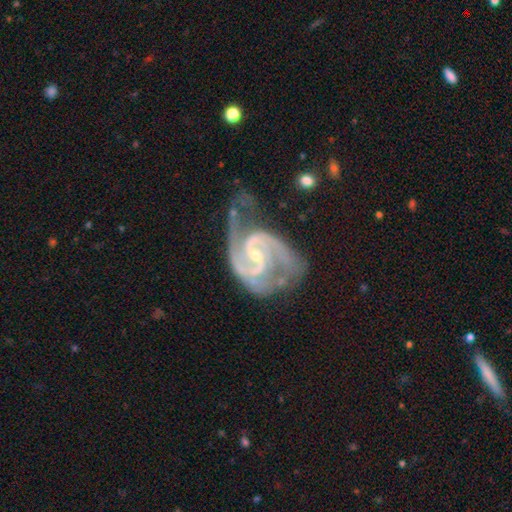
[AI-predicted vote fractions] This appears to be a featured or disk galaxy (93%) with a weak bar (45%), 2 (85%) medium (58%) spiral arms (98%) and a small central bulge (68%). Merging: none (45%).